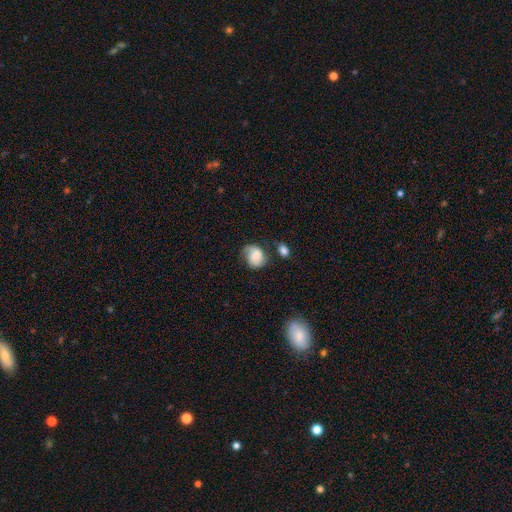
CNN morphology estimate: Smooth or featured?
  - smooth: 51% *
  - featured or disk: 40%
  - star or artifact: 9%
How rounded?
  - round: 58% *
  - in between: 41%
  - cigar-shaped: 1%
Merging?
  - none: 47% *
  - minor disturbance: 29%
  - major disturbance: 15%
  - merger: 9%